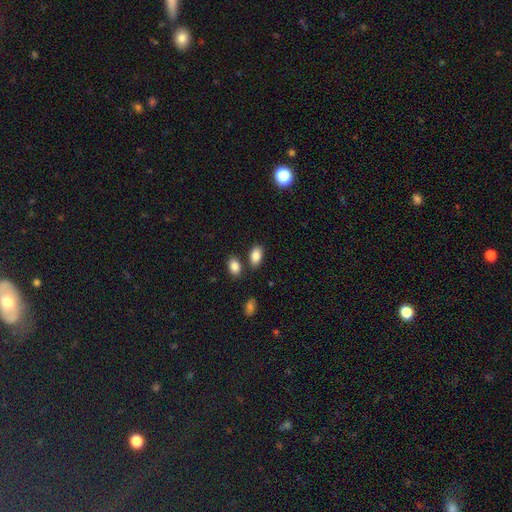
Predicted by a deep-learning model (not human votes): A smooth galaxy with no disk features (86%) that is in between round and cigar-shaped (92%). Merging: none (77%).